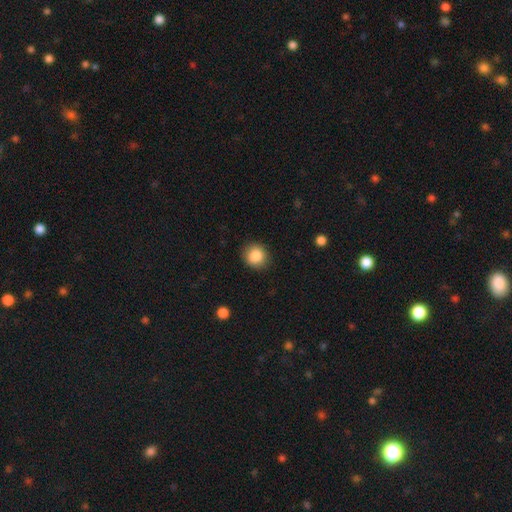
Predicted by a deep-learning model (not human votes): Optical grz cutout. It shows a smooth galaxy with no disk features (87%) that is round (86%). Merging: none (88%).